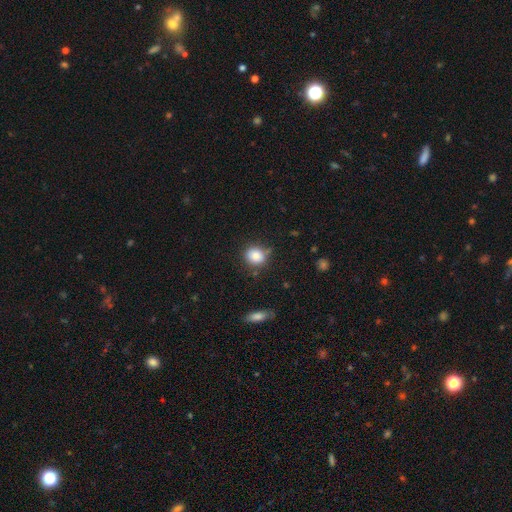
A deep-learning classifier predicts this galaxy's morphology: Q: Smooth or featured?
A: smooth (82%); runner-up: star or artifact (10%)
Q: How rounded?
A: round (77%); runner-up: in between (21%)
Q: Merging?
A: none (75%); runner-up: minor disturbance (16%)